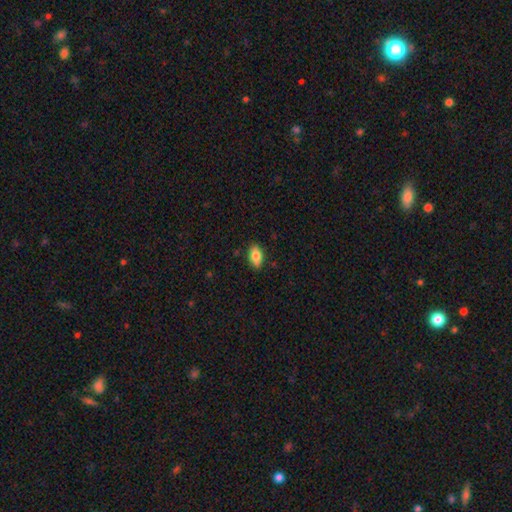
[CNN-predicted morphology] smooth-or-featured: smooth: 82% | featured or disk: 11% | star or artifact: 7%
  how-rounded: in between: 90% | round: 5% | cigar-shaped: 5%
  merging: none: 86% | minor disturbance: 11% | major disturbance: 2% | merger: 1%